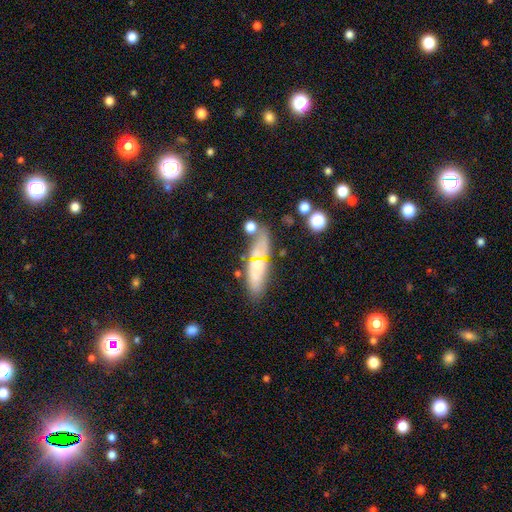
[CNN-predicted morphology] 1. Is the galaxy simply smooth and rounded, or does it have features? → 41% featured or disk, 39% smooth, 20% star or artifact.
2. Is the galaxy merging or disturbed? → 67% none, 16% minor disturbance, 10% merger, 7% major disturbance.